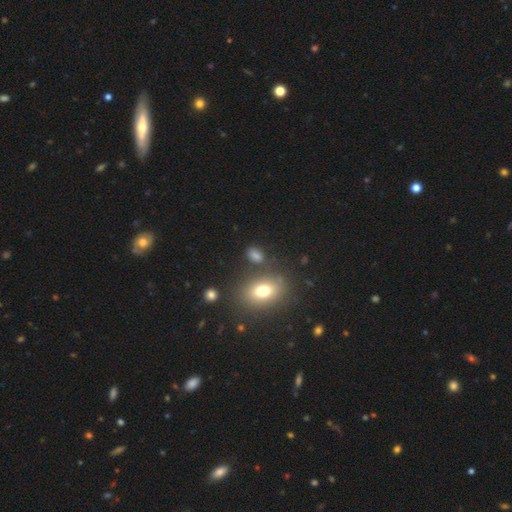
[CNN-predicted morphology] Smooth or featured: smooth — 70% (star or artifact — 18%)
How rounded: in between — 72% (round — 24%)
Merging: none — 72% (minor disturbance — 13%)